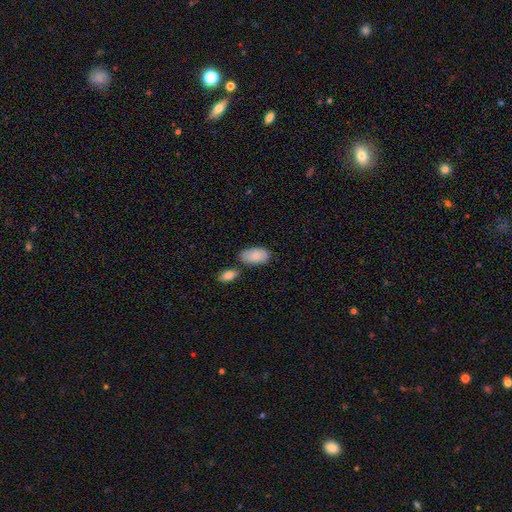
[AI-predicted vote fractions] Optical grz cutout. It shows a smooth galaxy with no disk features (88%) that is in between round and cigar-shaped (95%). Merging: none (68%).